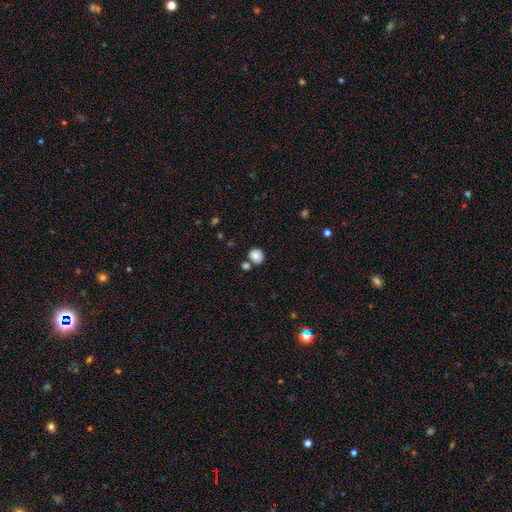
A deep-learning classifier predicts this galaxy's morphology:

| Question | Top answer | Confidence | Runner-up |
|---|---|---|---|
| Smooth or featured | smooth | 84% | star or artifact (9%) |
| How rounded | round | 75% | in between (24%) |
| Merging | none | 67% | merger (18%) |